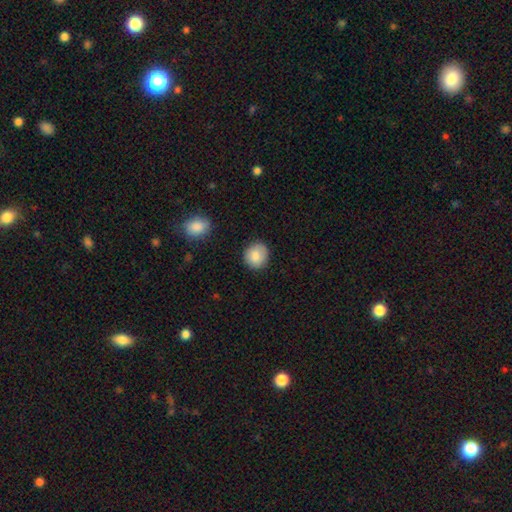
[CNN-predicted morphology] The model was most divided on "how rounded": round: 87%, in between: 12%, cigar-shaped: 1%. More confident: merging — none (87%); smooth or featured — smooth (84%).